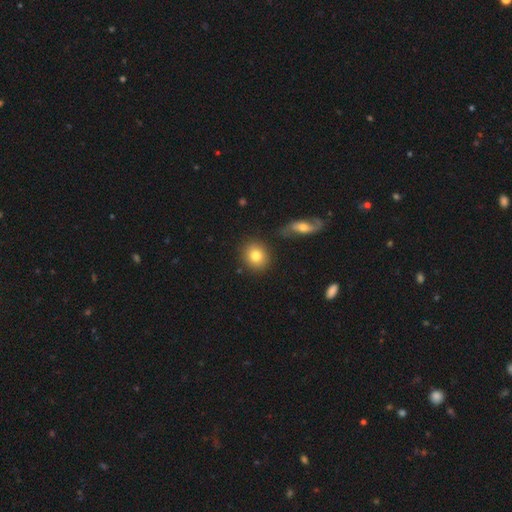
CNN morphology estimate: A smooth galaxy with no disk features (81%) that is round (83%). Merging: none (84%).